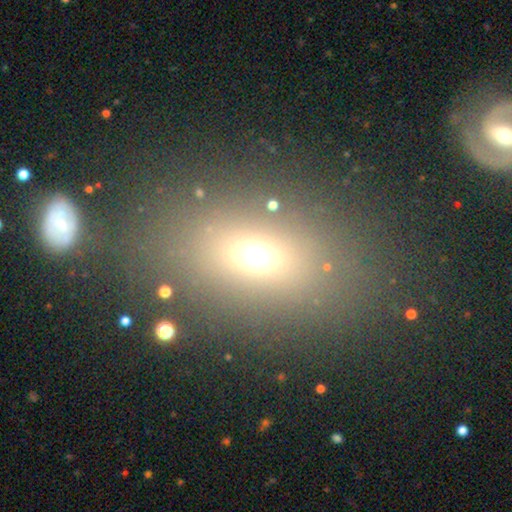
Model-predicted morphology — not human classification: smooth-or-featured: smooth: 65% | star or artifact: 23% | featured or disk: 13%
  how-rounded: in between: 68% | round: 28% | cigar-shaped: 3%
  merging: none: 78% | minor disturbance: 10% | major disturbance: 7% | merger: 4%